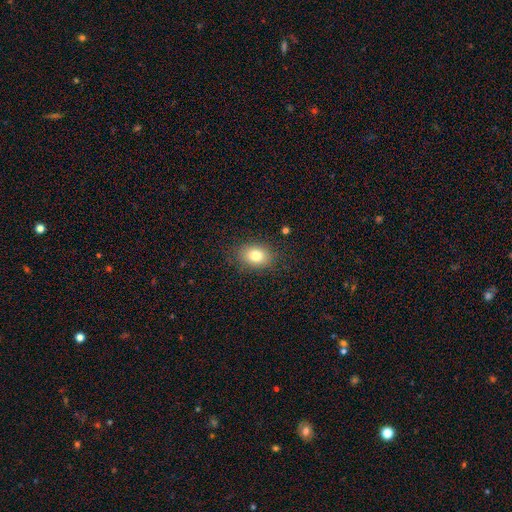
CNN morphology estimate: The model was most divided on "how rounded": in between: 69%, round: 30%, cigar-shaped: 1%. More confident: merging — none (84%); smooth or featured — smooth (79%).